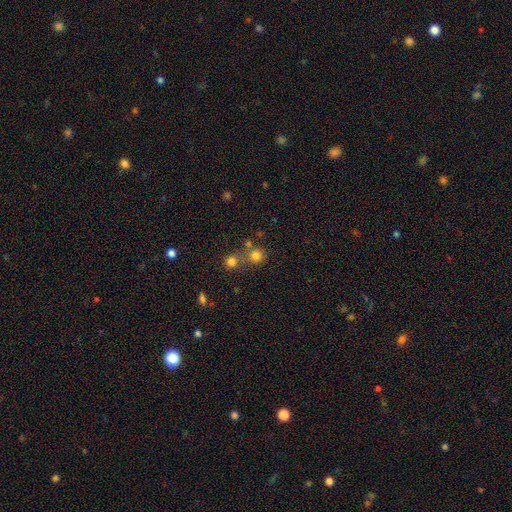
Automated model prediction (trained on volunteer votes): Smooth or featured?
  - smooth: 76% *
  - star or artifact: 16%
  - featured or disk: 8%
How rounded?
  - round: 90% *
  - in between: 9%
  - cigar-shaped: 1%
Merging?
  - none: 56% *
  - merger: 33%
  - minor disturbance: 7%
  - major disturbance: 4%